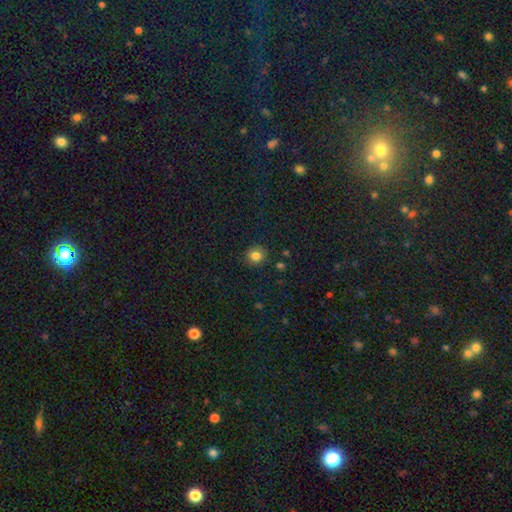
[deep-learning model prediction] Smooth or featured? smooth (82%)
How rounded? round (88%)
Merging? none (88%)